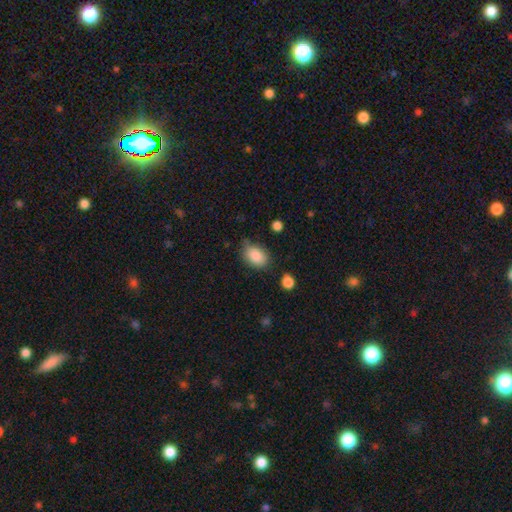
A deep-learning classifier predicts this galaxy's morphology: smooth_or_featured: smooth (p=0.87) [alt: star or artifact p=0.07]
how_rounded: in between (p=0.82) [alt: round p=0.16]
merging: none (p=0.70) [alt: minor disturbance p=0.22]